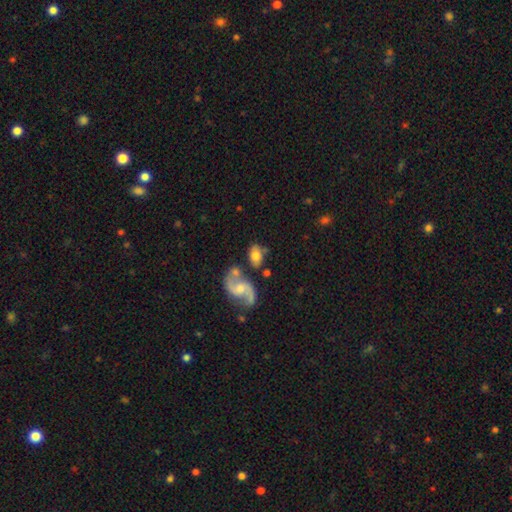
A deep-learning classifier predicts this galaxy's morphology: Overall: smooth (53%; featured or disk 39%). How rounded: in between (82%). Merging: none (51%; merger 25%).